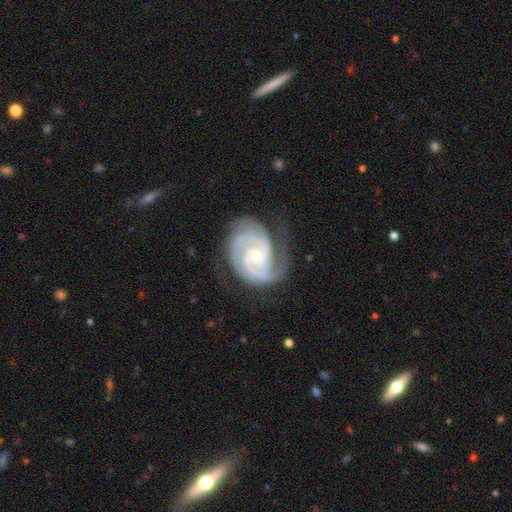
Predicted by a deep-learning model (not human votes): smooth_or_featured: featured or disk (p=0.92) [alt: star or artifact p=0.04]
disk_edge_on: no (p=0.98) [alt: yes p=0.02]
bar: no (p=0.53) [alt: weak p=0.37]
has_spiral_arms: yes (p=0.98) [alt: no p=0.02]
spiral_winding: tight (p=0.66) [alt: medium p=0.30]
spiral_arm_count: 2 (p=0.61) [alt: 3 p=0.24]
bulge_size: small (p=0.62) [alt: moderate p=0.34]
merging: none (p=0.70) [alt: minor disturbance p=0.20]